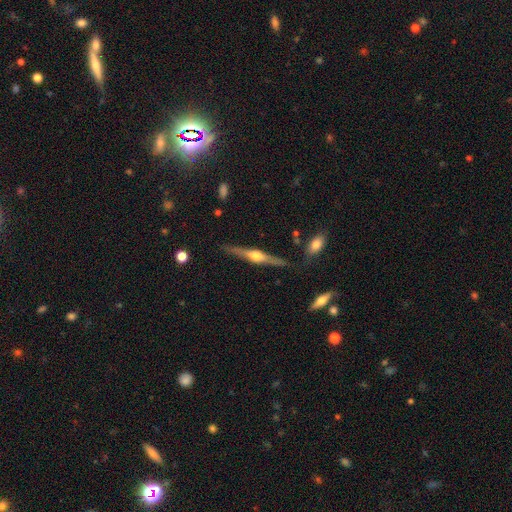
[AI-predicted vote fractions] Smooth or featured?
  - featured or disk: 79% *
  - smooth: 16%
  - star or artifact: 5%
Edge-on disk?
  - yes: 98% *
  - no: 2%
Edge-on bulge?
  - rounded: 93% *
  - boxy: 5%
  - none: 2%
Merging?
  - none: 88% *
  - minor disturbance: 9%
  - merger: 2%
  - major disturbance: 2%